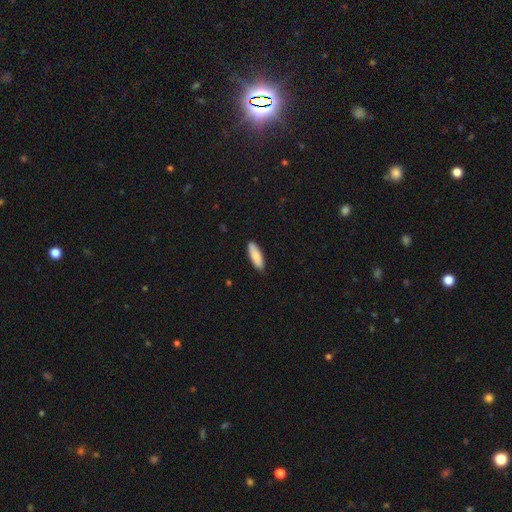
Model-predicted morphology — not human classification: A smooth galaxy with no disk features (85%) that is in between round and cigar-shaped (53%).

Vote fractions:
- Smooth or featured? smooth: 85% / featured or disk: 9% / star or artifact: 5%
- How rounded? in between: 53% / cigar-shaped: 46% / round: 2%
- Merging? none: 88% / minor disturbance: 9% / major disturbance: 2% / merger: 1%